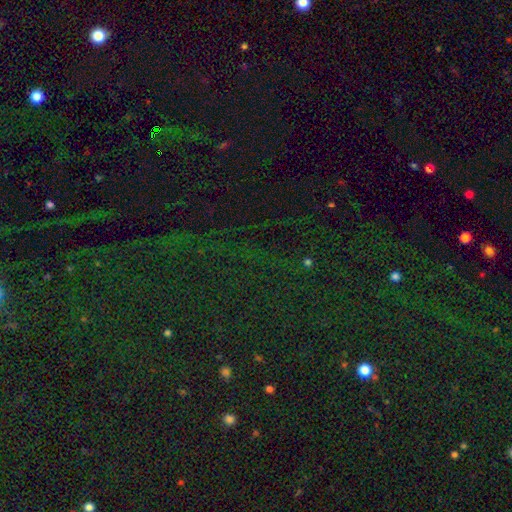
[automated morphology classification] star or artifact 80%, smooth 12%, featured or disk 8%.